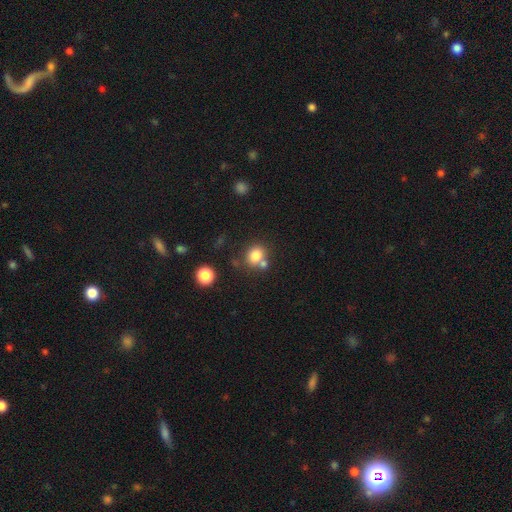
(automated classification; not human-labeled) Smooth or featured? smooth (79%)
How rounded? round (74%)
Merging? none (60%)